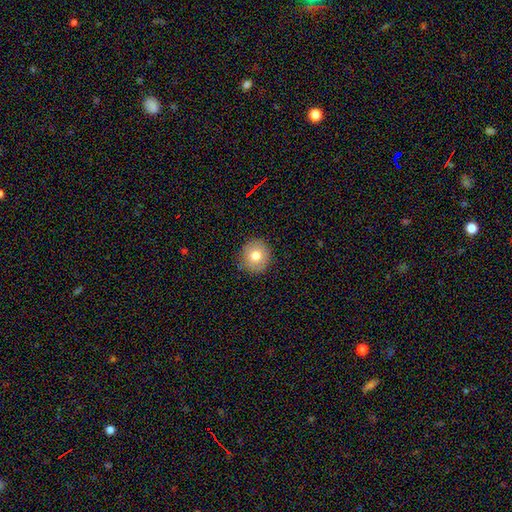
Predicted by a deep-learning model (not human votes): A smooth galaxy with no disk features (77%) that is round (91%). Merging: none (88%).